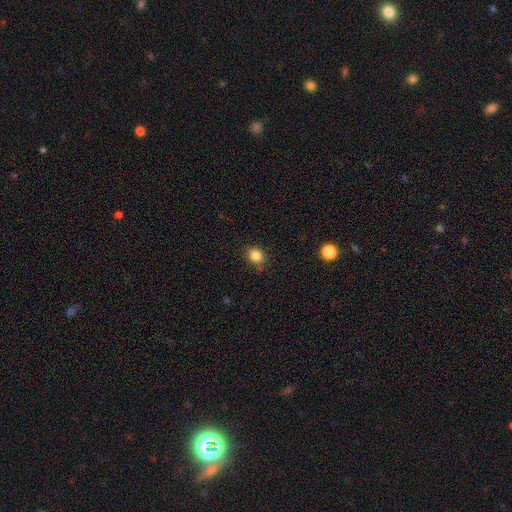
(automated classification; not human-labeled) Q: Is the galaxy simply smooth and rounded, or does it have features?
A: smooth — 85%.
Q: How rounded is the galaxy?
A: round — 71%.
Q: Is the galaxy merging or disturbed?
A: none — 85%.